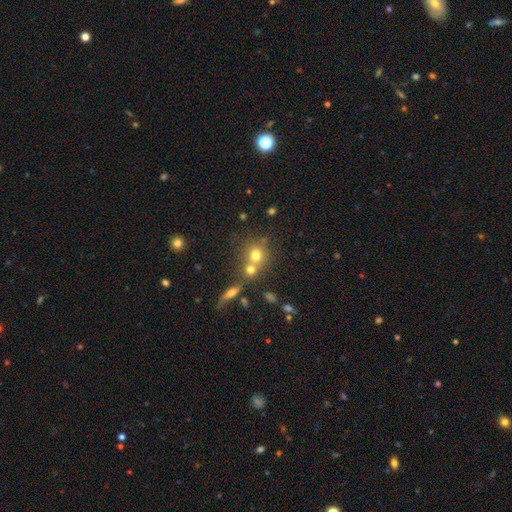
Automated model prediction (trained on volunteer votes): This is likely a smooth galaxy (71%). How rounded: likely round (80%). Merging: possibly none (46%).